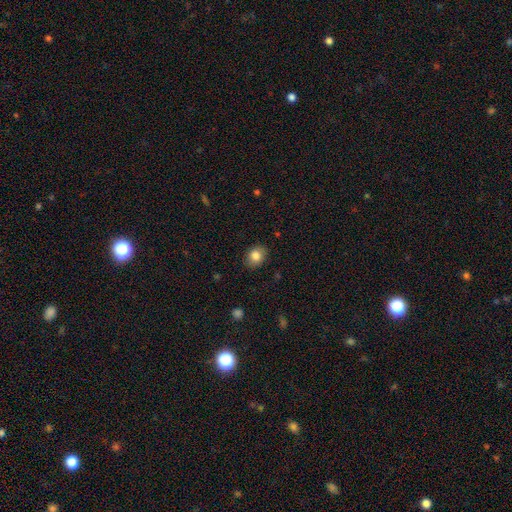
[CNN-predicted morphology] A smooth galaxy with no disk features (84%) that is in between round and cigar-shaped (52%). Merging: none (86%).